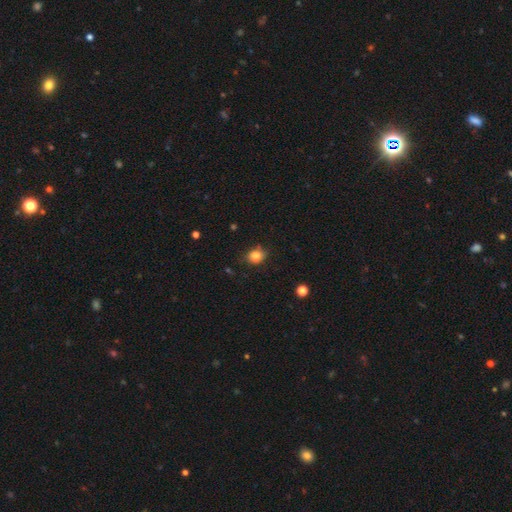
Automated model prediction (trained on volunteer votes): smooth-or-featured: smooth: 82% | star or artifact: 11% | featured or disk: 7%
  how-rounded: round: 64% | in between: 35% | cigar-shaped: 1%
  merging: none: 76% | minor disturbance: 18% | major disturbance: 4% | merger: 2%